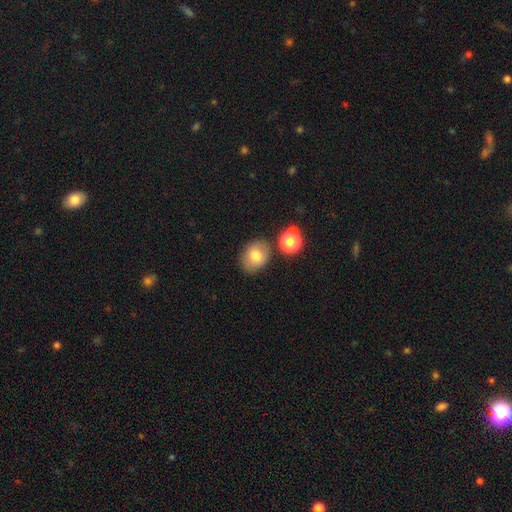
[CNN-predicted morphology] Smooth or featured? smooth (76%)
How rounded? in between (55%)
Merging? none (75%)